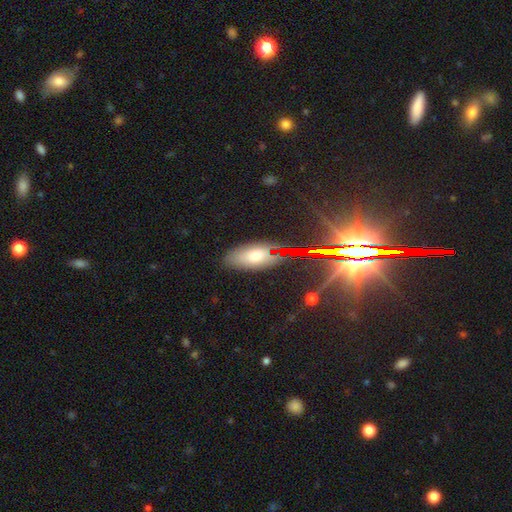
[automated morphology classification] smooth 67%, star or artifact 18%, featured or disk 16%. Down the decision tree: how rounded — in between (87%); merging — none (77%).